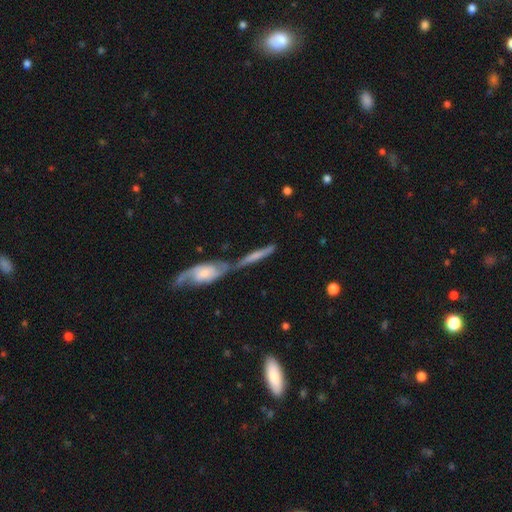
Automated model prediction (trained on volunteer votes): This appears to be a featured or disk galaxy (51%) viewed edge-on (68%). Merging: merger (48%).